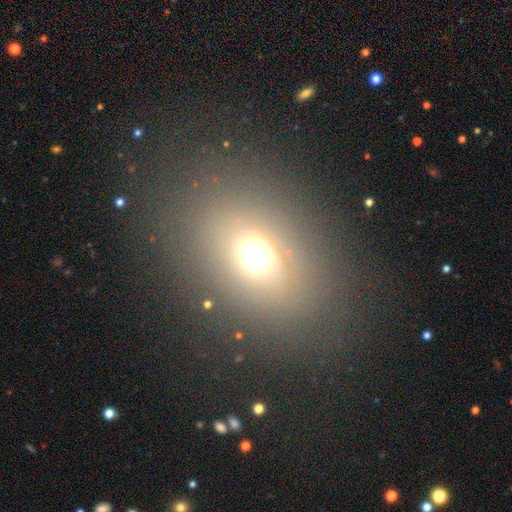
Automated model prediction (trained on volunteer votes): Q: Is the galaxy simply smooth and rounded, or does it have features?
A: smooth — 63%.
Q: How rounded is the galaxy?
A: in between — 60%.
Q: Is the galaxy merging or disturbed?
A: none — 82%.